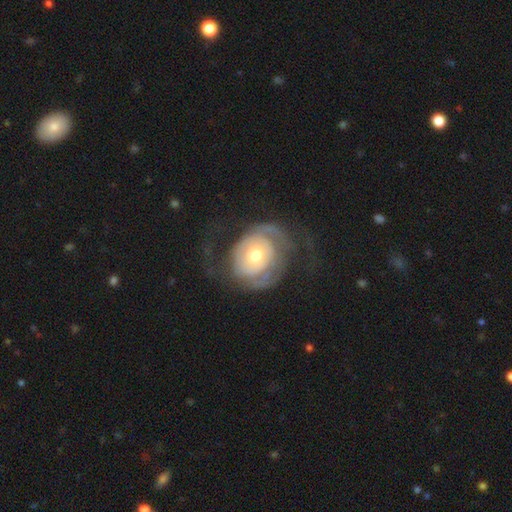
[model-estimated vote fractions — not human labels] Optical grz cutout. It shows a featured or disk galaxy (74%) with no bar (79%), 2 (42%) tight (52%) spiral arms (79%) and a moderate central bulge (67%). Merging: none (49%).